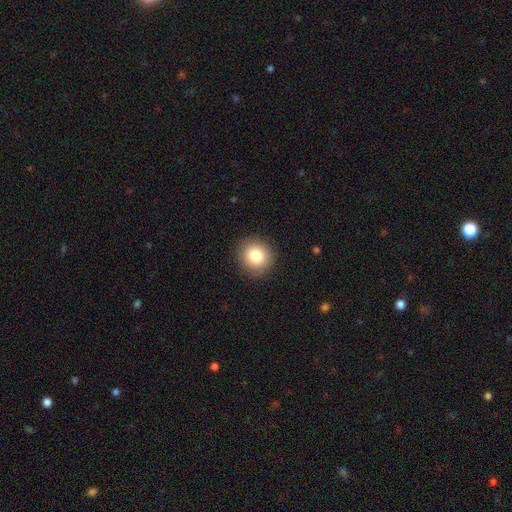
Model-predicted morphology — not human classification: type=smooth (83%); roundness=round (92%); merging=none (91%).